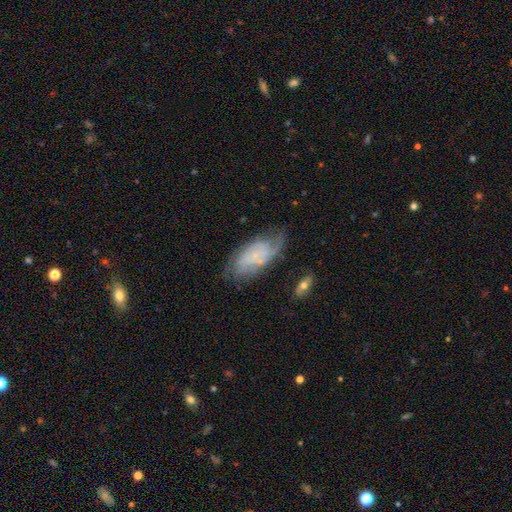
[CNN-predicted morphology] This appears to be a featured or disk galaxy (65%) with no bar (70%), tight (44%) spiral arms (87%) and a small central bulge (59%). Merging: none (56%).